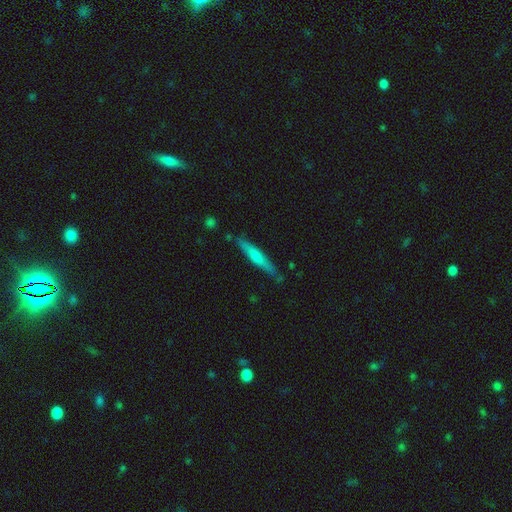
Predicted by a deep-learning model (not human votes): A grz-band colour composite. It shows a smooth galaxy with no disk features (52%) that is cigar-shaped (93%). Merging: none (80%).